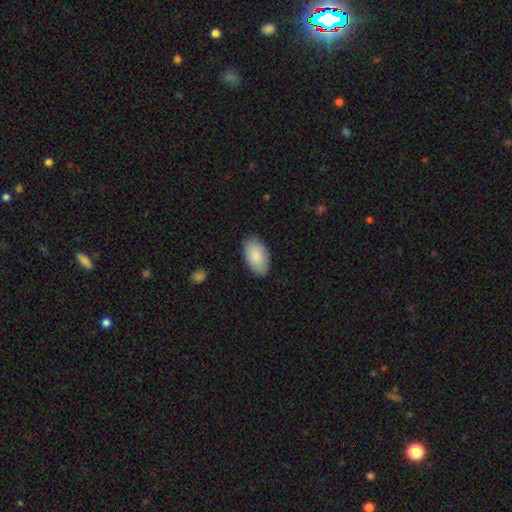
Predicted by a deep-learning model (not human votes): Overall: smooth (88%). How rounded: in between (96%). Merging: none (85%).